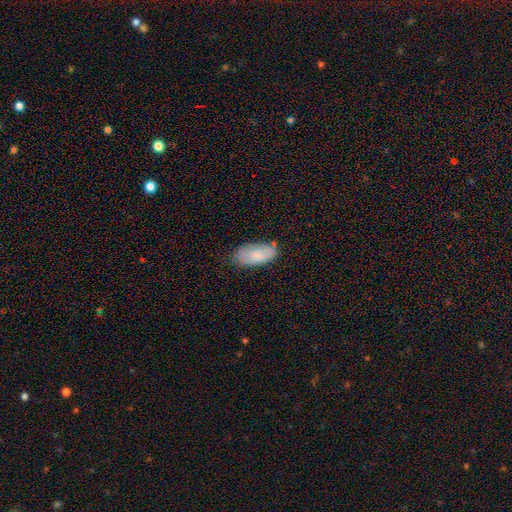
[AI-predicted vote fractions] smooth 79%, featured or disk 15%, star or artifact 6%. Down the decision tree: how rounded — in between (92%); merging — none (71%).